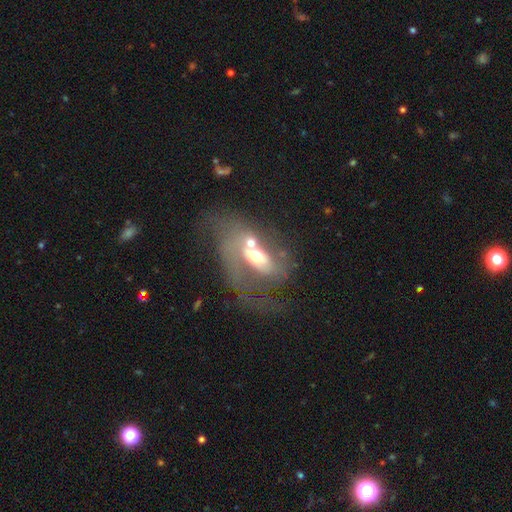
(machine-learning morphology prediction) Smooth or featured: featured or disk — 64% (smooth — 27%)
Edge-on disk: no — 93% (yes — 7%)
Bar: no — 56% (weak — 30%)
Spiral arms: yes — 62% (no — 38%)
Bulge size: moderate — 63% (large — 18%)
Merging: merger — 39% (major disturbance — 29%)